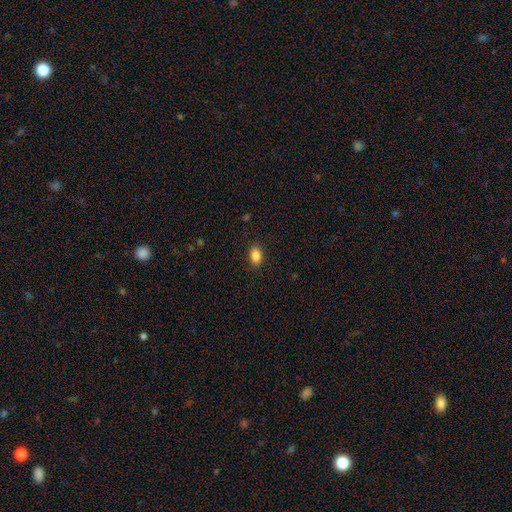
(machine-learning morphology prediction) smooth-or-featured: smooth: 87% | star or artifact: 9% | featured or disk: 4%
  how-rounded: in between: 85% | round: 13% | cigar-shaped: 2%
  merging: none: 88% | minor disturbance: 9% | major disturbance: 2% | merger: 1%